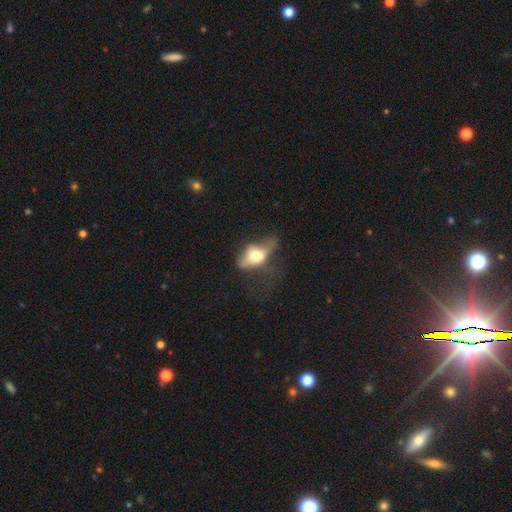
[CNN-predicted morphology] This appears to be a smooth galaxy with no disk features (54%) that is in between round and cigar-shaped (77%). Merging: major disturbance (47%).